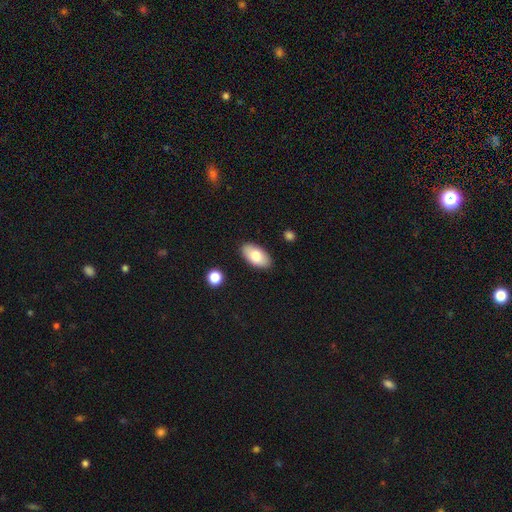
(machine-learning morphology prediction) type=smooth (80%); roundness=in between (95%); merging=none (87%).